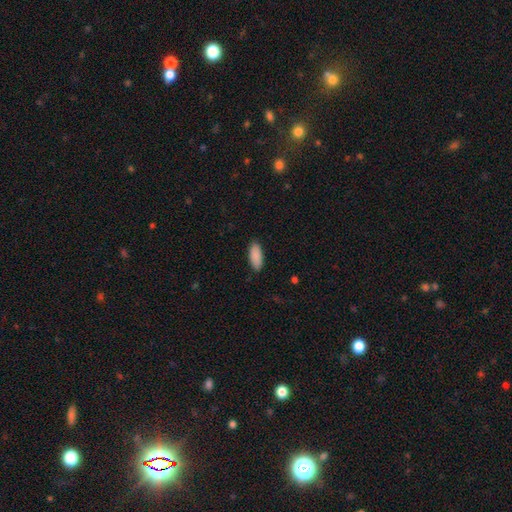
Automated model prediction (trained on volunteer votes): A smooth galaxy with no disk features (91%) that is in between round and cigar-shaped (82%). Merging: none (88%).